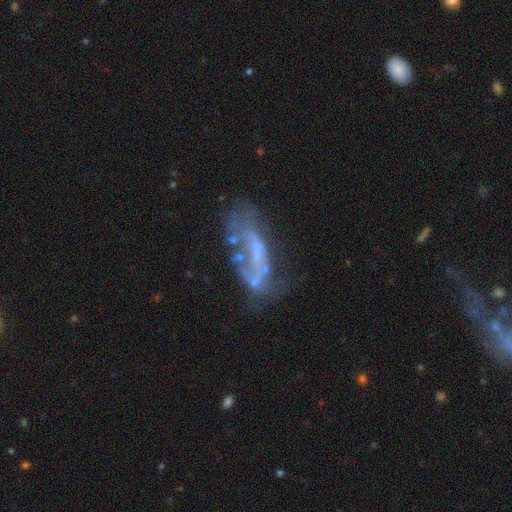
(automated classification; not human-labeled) smooth_or_featured: featured or disk (p=0.59) [alt: smooth p=0.28]
disk_edge_on: no (p=0.88) [alt: yes p=0.12]
bar: no (p=0.73) [alt: weak p=0.18]
has_spiral_arms: no (p=0.80) [alt: yes p=0.20]
bulge_size: none (p=0.61) [alt: small p=0.20]
merging: none (p=0.38) [alt: major disturbance p=0.27]